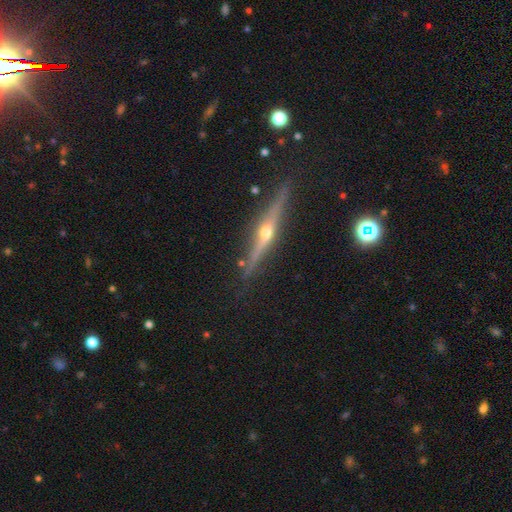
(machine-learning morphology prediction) The model was most divided on "smooth or featured": featured or disk: 83%, smooth: 10%, star or artifact: 7%. More confident: edge-on disk — yes (98%); edge-on bulge — rounded (94%); merging — none (88%).